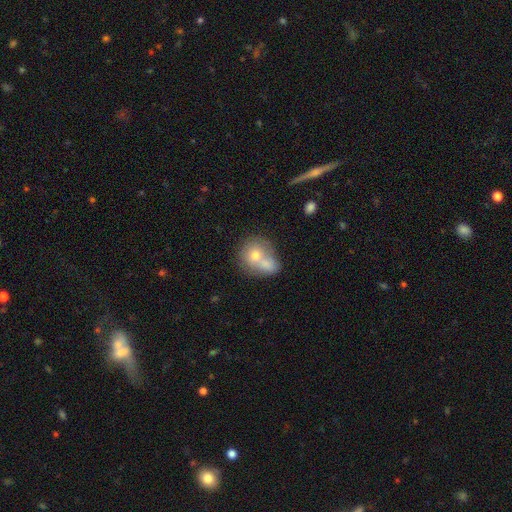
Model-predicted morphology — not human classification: Smooth or featured: smooth — 65% (featured or disk — 25%)
How rounded: round — 72% (in between — 27%)
Merging: merger — 63% (none — 27%)